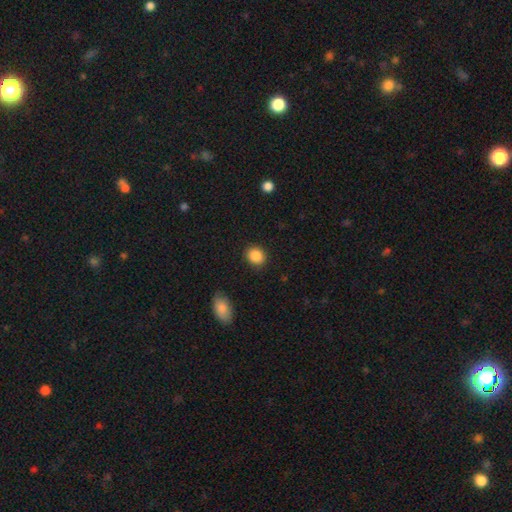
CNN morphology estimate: Overall: smooth (88%). How rounded: round (71%). Merging: none (89%).